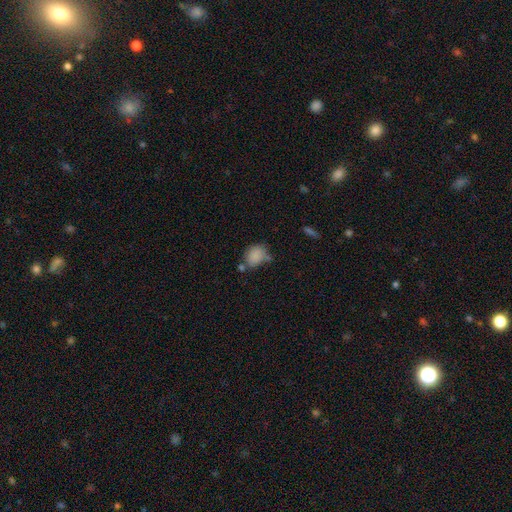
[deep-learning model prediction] smooth 83%, star or artifact 10%, featured or disk 7%. Down the decision tree: how rounded — in between (50%); merging — none (50%).